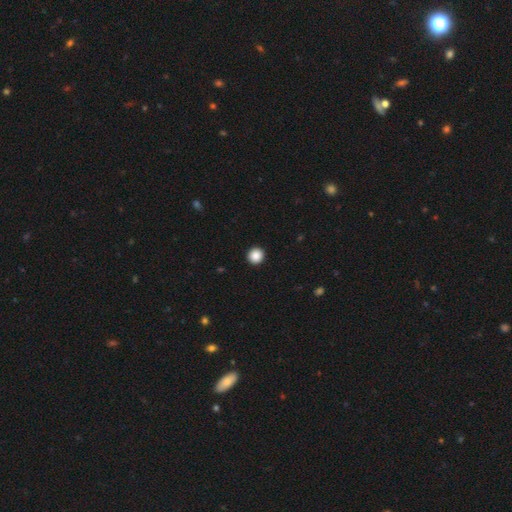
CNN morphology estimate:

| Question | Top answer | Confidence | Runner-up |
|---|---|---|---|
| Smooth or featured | smooth | 88% | star or artifact (9%) |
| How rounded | round | 94% | in between (5%) |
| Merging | none | 94% | minor disturbance (4%) |